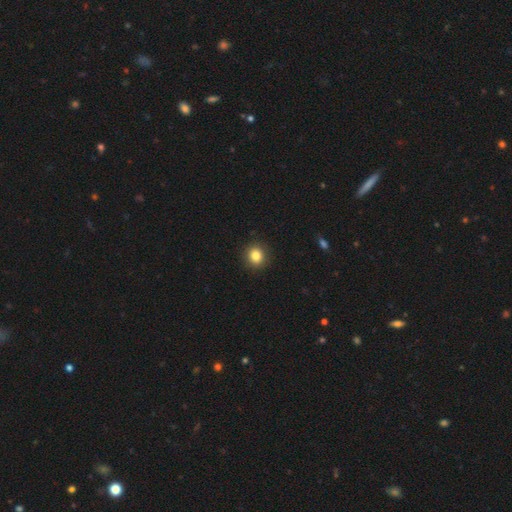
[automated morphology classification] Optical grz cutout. It shows a smooth galaxy with no disk features (84%) that is round (87%). Merging: none (92%).